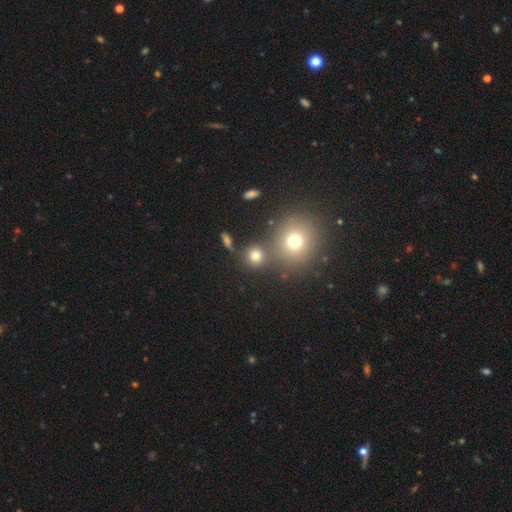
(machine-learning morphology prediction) smooth-or-featured: smooth: 75% | star or artifact: 17% | featured or disk: 8%
  how-rounded: round: 89% | in between: 9% | cigar-shaped: 1%
  merging: none: 70% | merger: 18% | minor disturbance: 8% | major disturbance: 4%